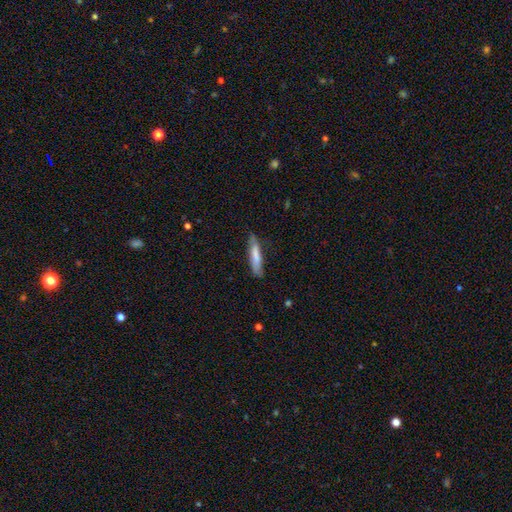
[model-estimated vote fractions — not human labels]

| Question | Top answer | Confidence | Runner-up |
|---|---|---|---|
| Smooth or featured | smooth | 73% | featured or disk (22%) |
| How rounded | cigar-shaped | 83% | in between (15%) |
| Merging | none | 70% | minor disturbance (24%) |